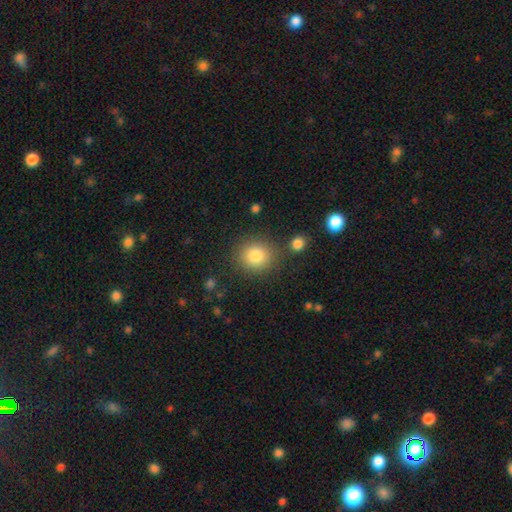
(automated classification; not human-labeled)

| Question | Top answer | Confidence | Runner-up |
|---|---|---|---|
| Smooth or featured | smooth | 84% | star or artifact (10%) |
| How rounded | round | 83% | in between (16%) |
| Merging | none | 81% | minor disturbance (10%) |